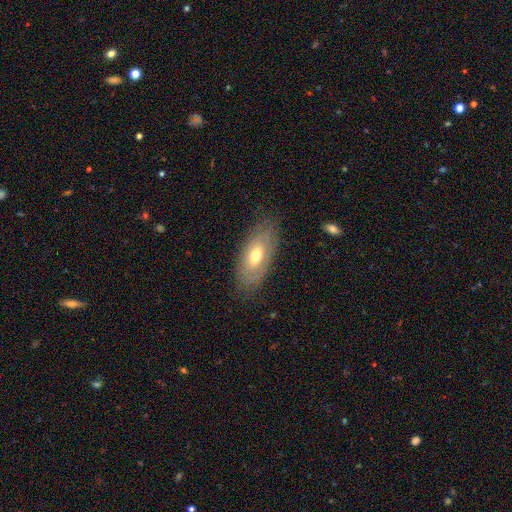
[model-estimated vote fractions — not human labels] A smooth galaxy with no disk features (49%). Merging: none (80%).